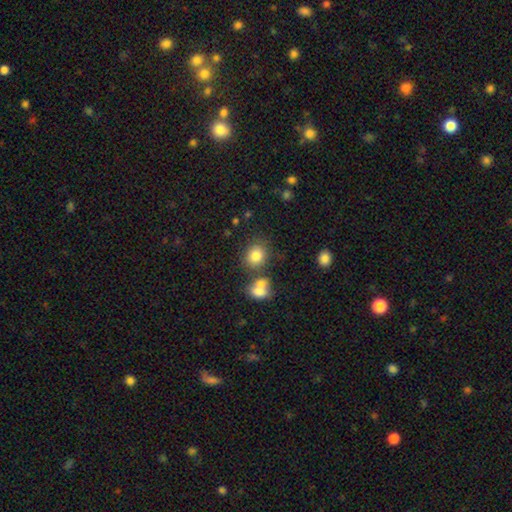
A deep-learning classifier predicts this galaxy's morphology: Smooth or featured? Predicted: smooth (p=0.81). How rounded? Predicted: round (p=0.68). Merging? Predicted: none (p=0.68).